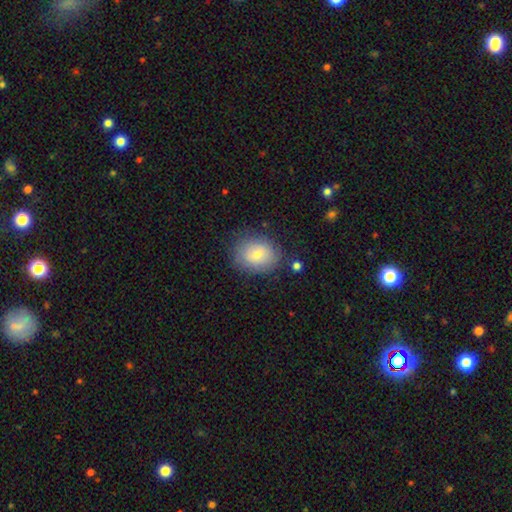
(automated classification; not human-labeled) A smooth galaxy with no disk features (67%) that is in between round and cigar-shaped (53%).

Vote fractions:
- Smooth or featured? smooth: 67% / featured or disk: 23% / star or artifact: 9%
- How rounded? in between: 53% / round: 46% / cigar-shaped: 1%
- Merging? none: 79% / minor disturbance: 15% / major disturbance: 4% / merger: 2%